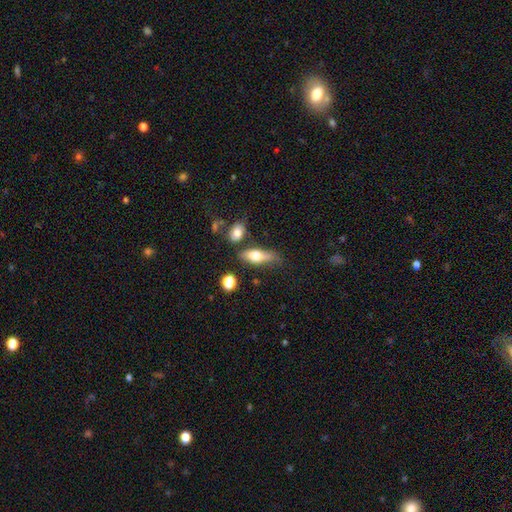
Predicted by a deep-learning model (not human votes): Smooth or featured?
  - smooth: 61% *
  - featured or disk: 31%
  - star or artifact: 8%
How rounded?
  - in between: 62% *
  - cigar-shaped: 34%
  - round: 4%
Merging?
  - none: 53% *
  - minor disturbance: 24%
  - merger: 13%
  - major disturbance: 10%